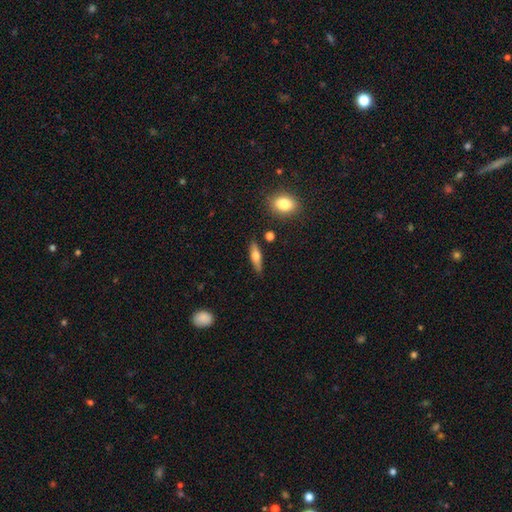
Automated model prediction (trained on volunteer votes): Overall: smooth (53%; featured or disk 40%). How rounded: cigar-shaped (59%; in between 37%). Merging: none (84%).